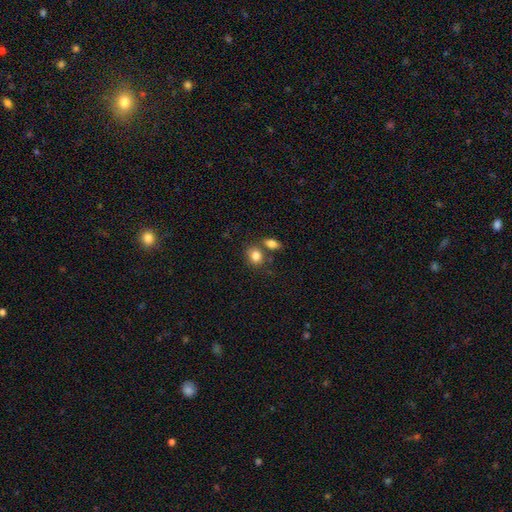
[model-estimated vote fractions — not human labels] smooth-or-featured: smooth: 84% | star or artifact: 9% | featured or disk: 7%
  how-rounded: in between: 52% | round: 47% | cigar-shaped: 1%
  merging: none: 59% | merger: 25% | minor disturbance: 13% | major disturbance: 4%